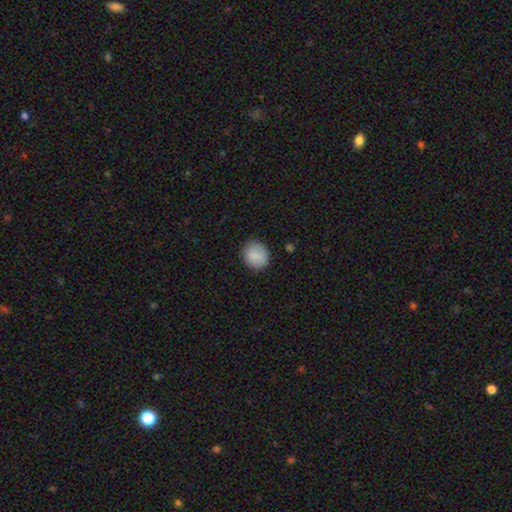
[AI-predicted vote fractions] The model was most divided on "how rounded": round: 79%, in between: 20%, cigar-shaped: 1%. More confident: smooth or featured — smooth (87%); merging — none (86%).